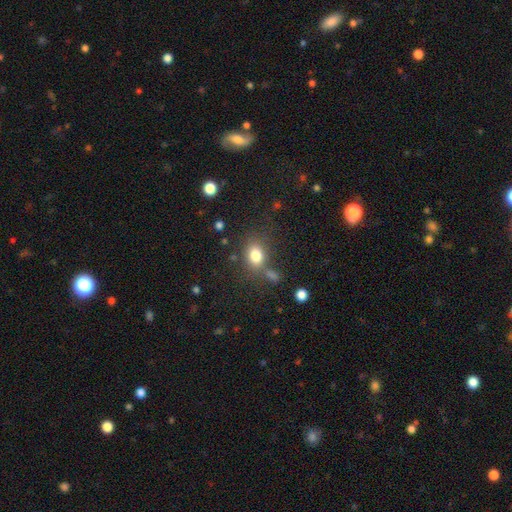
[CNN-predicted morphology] smooth-or-featured: smooth: 80% | star or artifact: 12% | featured or disk: 9%
  how-rounded: in between: 61% | round: 37% | cigar-shaped: 1%
  merging: none: 66% | minor disturbance: 15% | merger: 12% | major disturbance: 7%